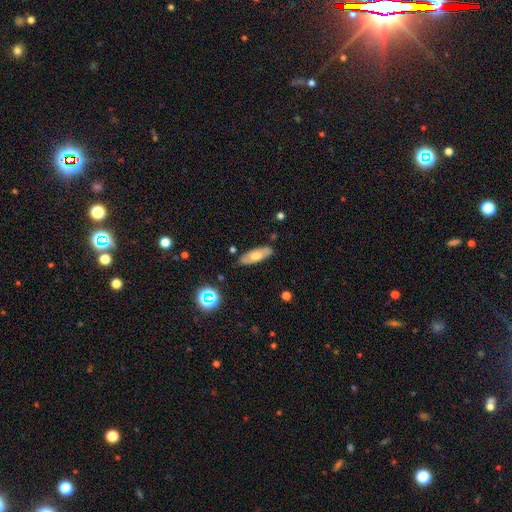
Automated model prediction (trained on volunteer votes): Smooth or featured: smooth — 61% (featured or disk — 31%)
How rounded: in between — 64% (cigar-shaped — 33%)
Merging: none — 83% (minor disturbance — 13%)